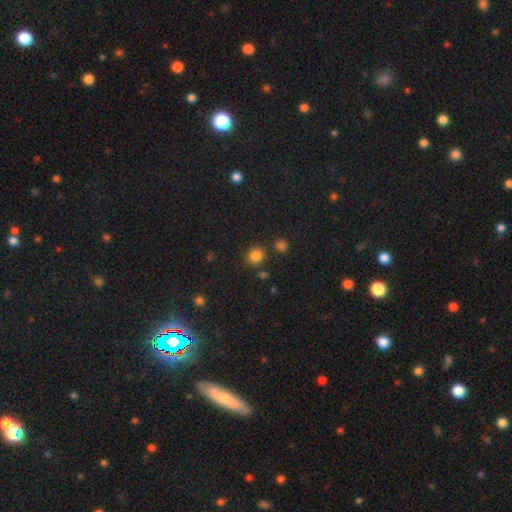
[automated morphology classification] A smooth galaxy with no disk features (82%) that is round (84%). Merging: none (83%).